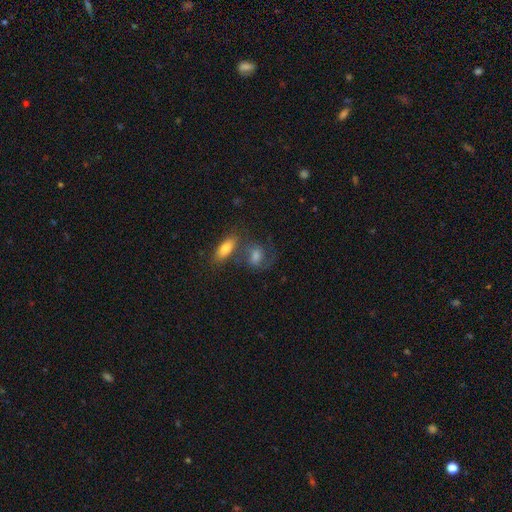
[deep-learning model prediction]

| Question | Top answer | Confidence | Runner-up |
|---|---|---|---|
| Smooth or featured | smooth | 60% | featured or disk (28%) |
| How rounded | in between | 68% | round (26%) |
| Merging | none | 44% | merger (29%) |